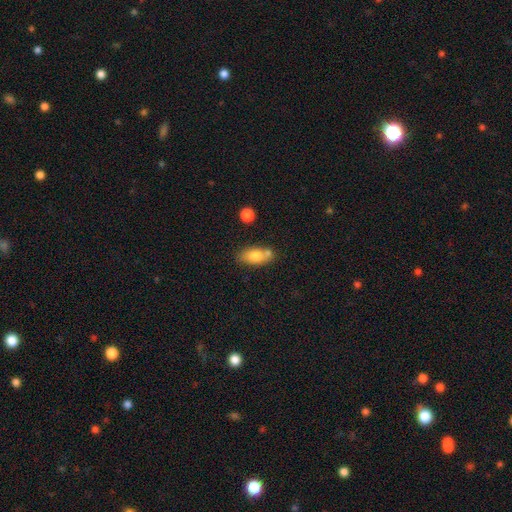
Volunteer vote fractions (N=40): smooth_or_featured: smooth (p=0.65) [alt: featured or disk p=0.28]
how_rounded: in between (p=0.81) [alt: cigar-shaped p=0.15]
merging: none (p=0.70) [alt: minor disturbance p=0.14]